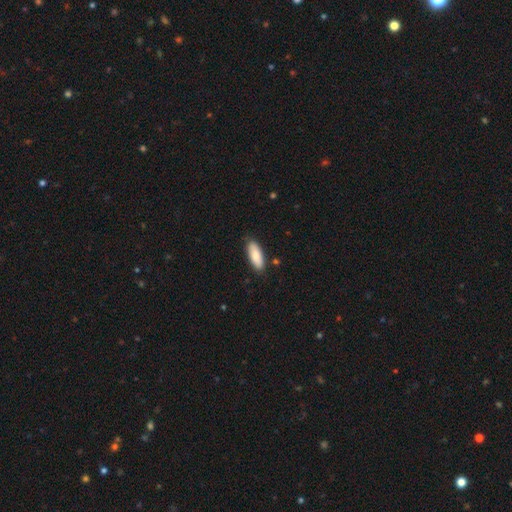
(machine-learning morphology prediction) Smooth or featured?
  - smooth: 85% *
  - featured or disk: 9%
  - star or artifact: 6%
How rounded?
  - in between: 72% *
  - cigar-shaped: 26%
  - round: 2%
Merging?
  - none: 83% *
  - minor disturbance: 13%
  - major disturbance: 2%
  - merger: 2%